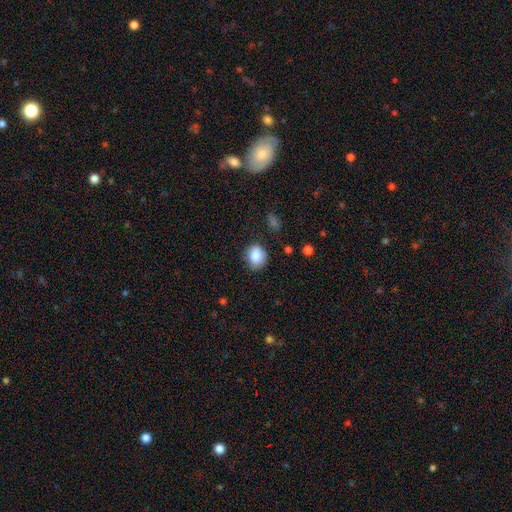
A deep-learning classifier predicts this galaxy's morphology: Smooth or featured: smooth — 83% (star or artifact — 9%)
How rounded: round — 61% (in between — 38%)
Merging: none — 78% (minor disturbance — 16%)